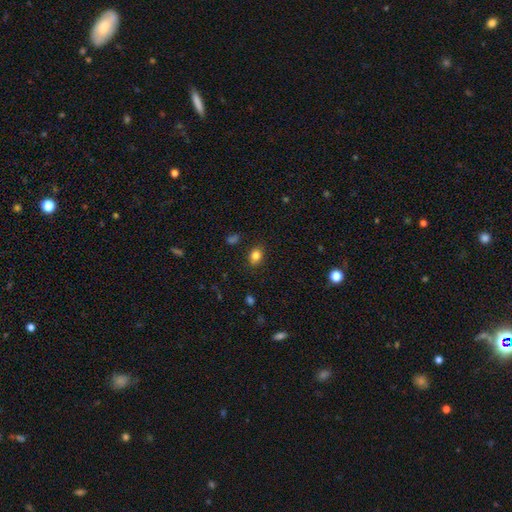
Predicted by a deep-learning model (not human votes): Smooth or featured: smooth — 83% (star or artifact — 11%)
How rounded: in between — 60% (round — 39%)
Merging: none — 85% (minor disturbance — 11%)